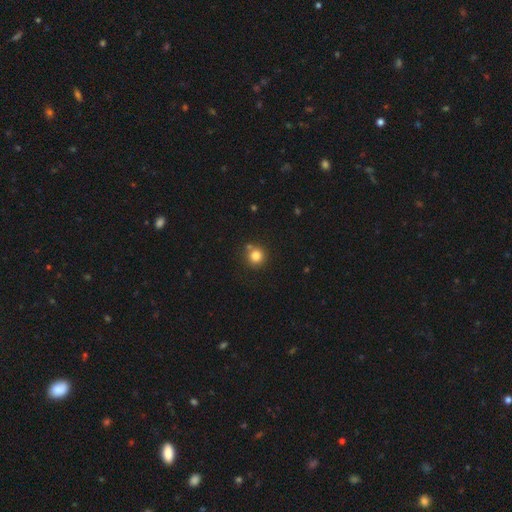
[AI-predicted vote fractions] Smooth or featured?
  - smooth: 82% *
  - star or artifact: 12%
  - featured or disk: 6%
How rounded?
  - round: 93% *
  - in between: 6%
  - cigar-shaped: 1%
Merging?
  - none: 77% *
  - merger: 11%
  - minor disturbance: 10%
  - major disturbance: 3%